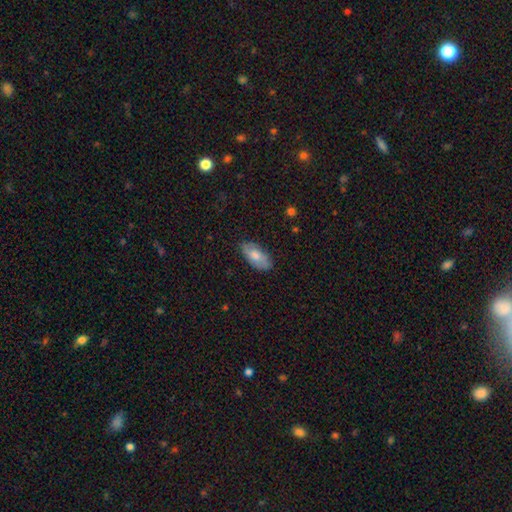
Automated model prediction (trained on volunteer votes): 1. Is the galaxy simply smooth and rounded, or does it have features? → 68% smooth, 26% featured or disk, 6% star or artifact.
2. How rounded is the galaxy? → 92% in between, 5% cigar-shaped, 3% round.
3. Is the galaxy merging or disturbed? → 80% none, 16% minor disturbance, 3% major disturbance, 1% merger.